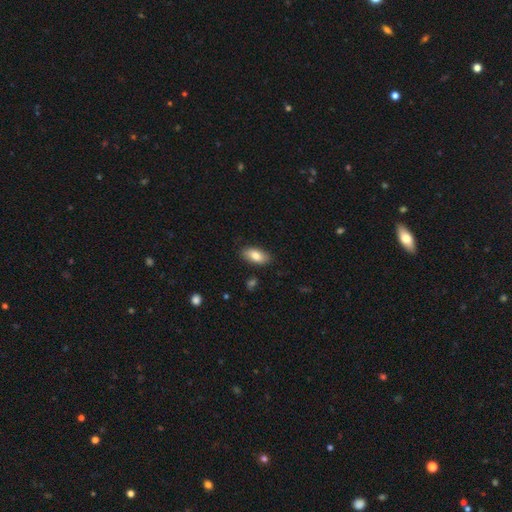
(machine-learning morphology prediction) Smooth or featured?
  - smooth: 83% *
  - featured or disk: 11%
  - star or artifact: 7%
How rounded?
  - in between: 90% *
  - cigar-shaped: 7%
  - round: 3%
Merging?
  - none: 86% *
  - minor disturbance: 10%
  - major disturbance: 2%
  - merger: 1%